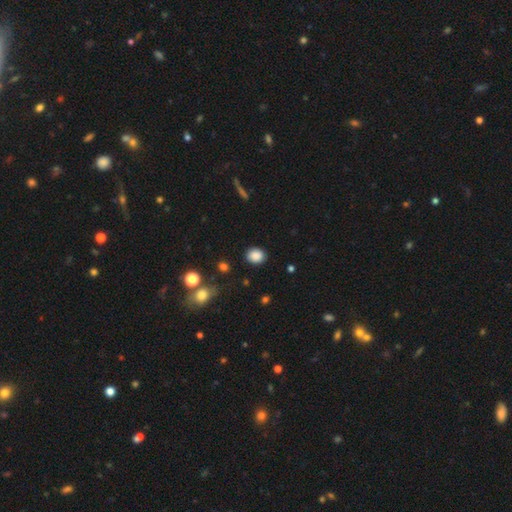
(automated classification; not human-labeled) Q: Smooth or featured?
A: smooth (87%); runner-up: star or artifact (9%)
Q: How rounded?
A: round (55%); runner-up: in between (44%)
Q: Merging?
A: none (87%); runner-up: minor disturbance (9%)